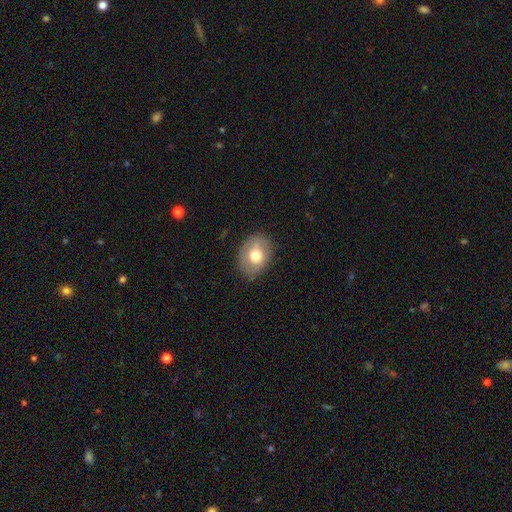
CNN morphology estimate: Overall: smooth (70%). How rounded: in between (61%; round 38%). Merging: none (81%).